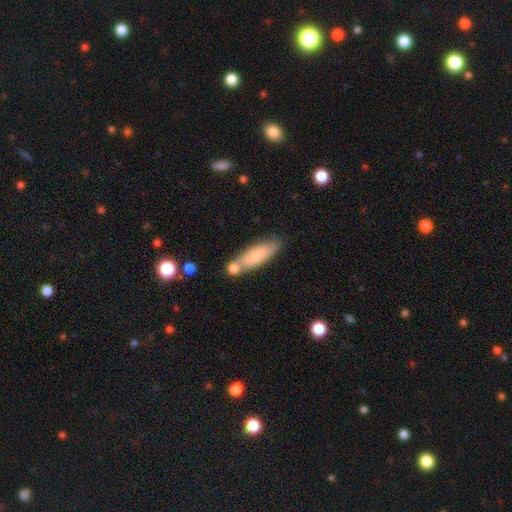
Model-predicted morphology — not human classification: smooth-or-featured: smooth: 71% | featured or disk: 22% | star or artifact: 6%
  how-rounded: cigar-shaped: 49% (tied) | in between: 49% (tied) | round: 2%
  merging: none: 59% | merger: 21% | minor disturbance: 16% | major disturbance: 4%